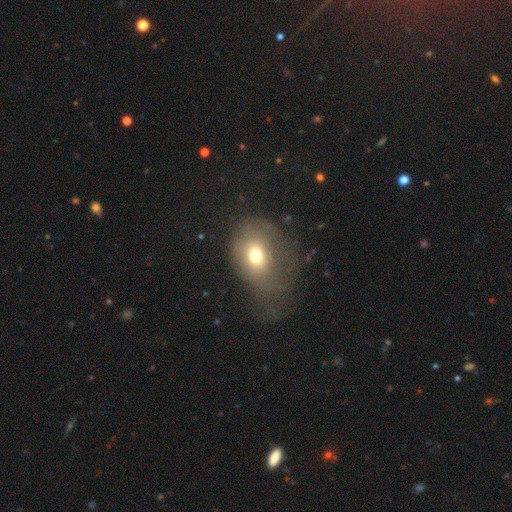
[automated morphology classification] This is likely a smooth galaxy (66%). How rounded: possibly in between (57%). Merging: marginally major disturbance (40%).